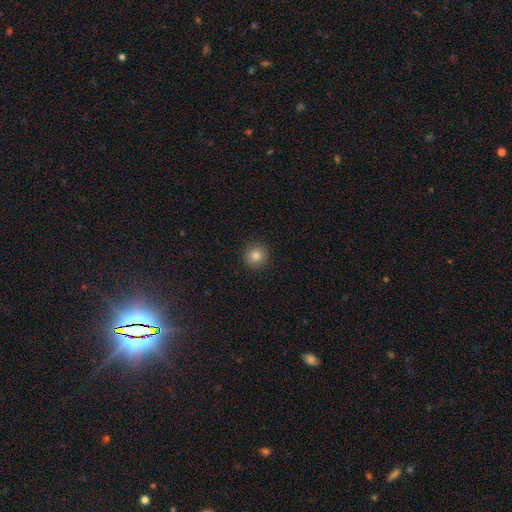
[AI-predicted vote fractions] A smooth galaxy with no disk features (82%) that is round (92%). Merging: none (92%).